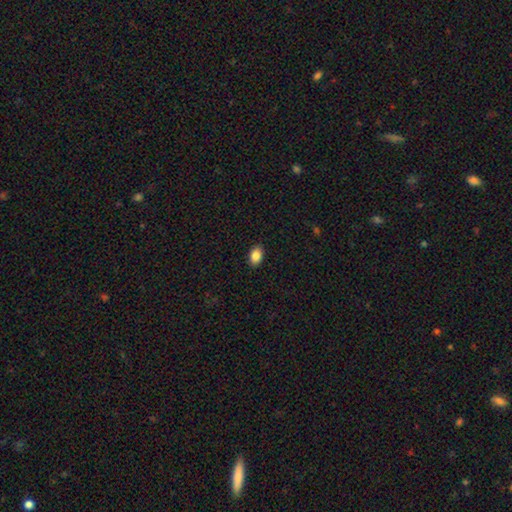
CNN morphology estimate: smooth 87%, star or artifact 8%, featured or disk 5%. Down the decision tree: how rounded — in between (88%); merging — none (89%).